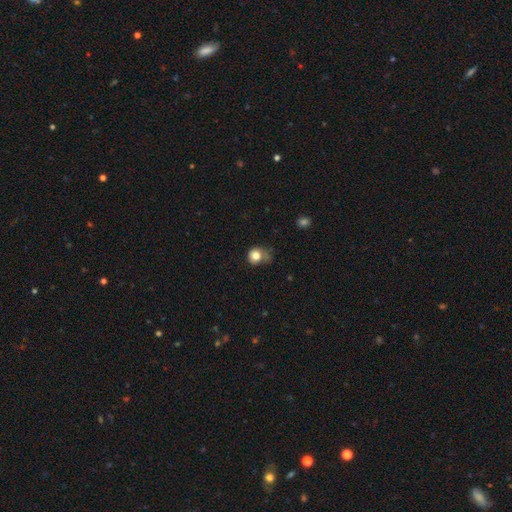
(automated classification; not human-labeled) This is likely a smooth galaxy (78%). How rounded: likely round (70%). Merging: marginally minor disturbance (35%).